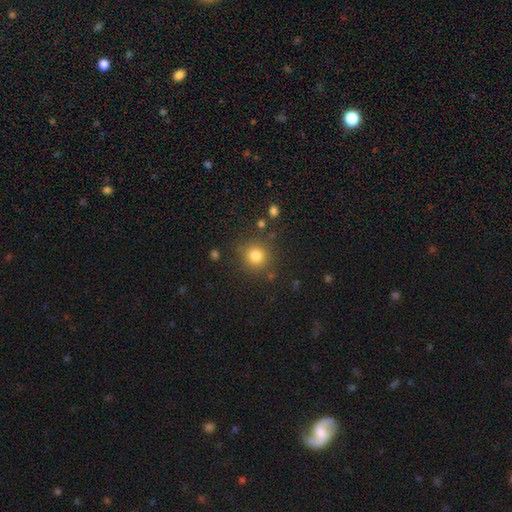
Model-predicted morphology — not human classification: A smooth galaxy with no disk features (80%) that is round (93%).

Vote fractions:
- Smooth or featured? smooth: 80% / star or artifact: 13% / featured or disk: 6%
- How rounded? round: 93% / in between: 6% / cigar-shaped: 1%
- Merging? none: 84% / minor disturbance: 9% / merger: 4% / major disturbance: 4%